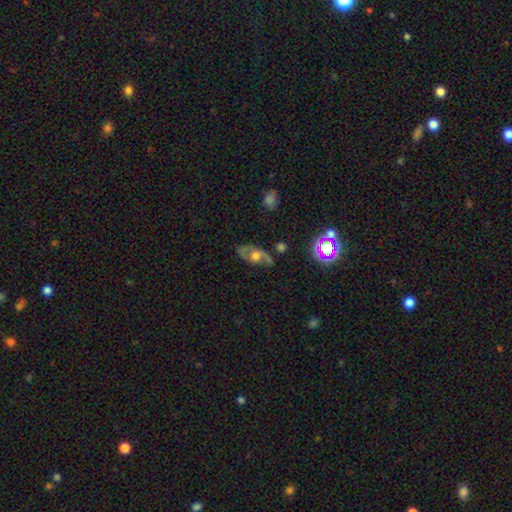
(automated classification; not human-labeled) This appears to be a featured or disk galaxy (62%) with no bar (73%), spiral arms (73%) and a moderate central bulge (57%). Merging: none (63%).